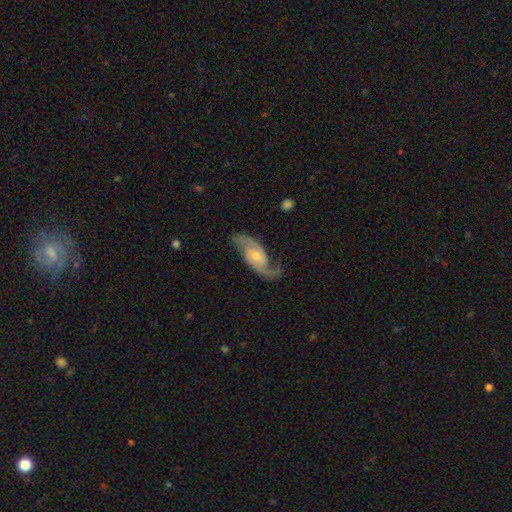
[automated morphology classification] Smooth or featured?
  - featured or disk: 88% *
  - smooth: 7%
  - star or artifact: 5%
Edge-on disk?
  - no: 96% *
  - yes: 4%
Bar?
  - no: 63% *
  - weak: 29%
  - strong: 8%
Spiral arms?
  - yes: 97% *
  - no: 3%
Spiral winding?
  - loose: 48% *
  - medium: 40%
  - tight: 12%
Spiral arm count?
  - 2: 93% *
  - can't tell: 2%
  - 1: 2%
  - 3: 1%
  - 4: 1%
  - more than 4: 1%
Bulge size?
  - small: 53% *
  - moderate: 41%
  - large: 3%
  - none: 2%
  - dominant: 1%
Merging?
  - none: 77% *
  - minor disturbance: 15%
  - major disturbance: 7%
  - merger: 2%